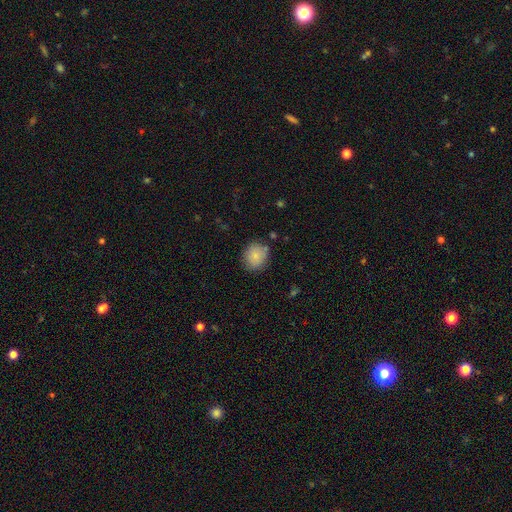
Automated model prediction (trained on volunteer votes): Overall: smooth (84%). How rounded: round (73%). Merging: none (81%).